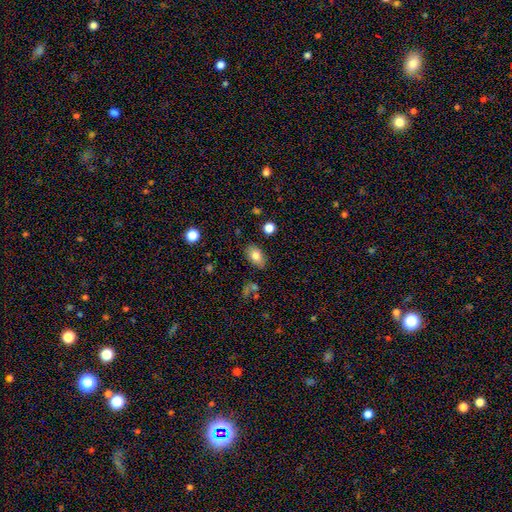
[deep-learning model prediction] Q: Smooth or featured?
A: smooth (80%); runner-up: featured or disk (11%)
Q: How rounded?
A: in between (86%); runner-up: round (12%)
Q: Merging?
A: none (81%); runner-up: minor disturbance (13%)